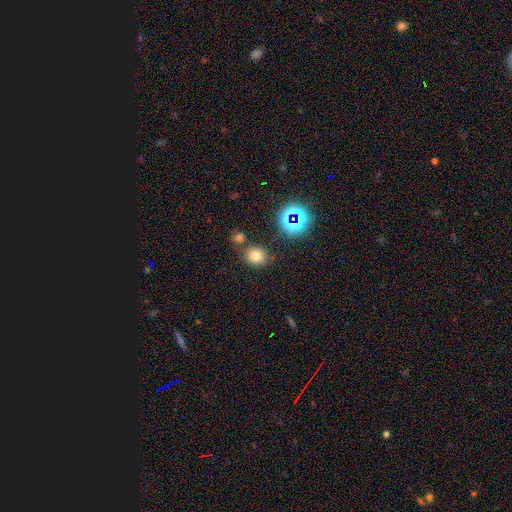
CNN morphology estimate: This appears to be a smooth galaxy with no disk features (72%) that is round (77%). Merging: none (77%).